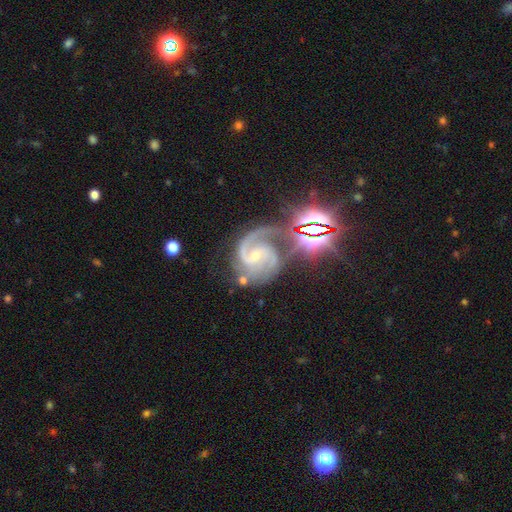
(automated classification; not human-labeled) Smooth or featured: featured or disk — 88% (star or artifact — 8%)
Edge-on disk: no — 98% (yes — 2%)
Bar: weak — 43% (no — 41%)
Spiral arms: yes — 99% (no — 1%)
Spiral winding: medium — 59% (tight — 31%)
Spiral arm count: 2 — 75% (3 — 14%)
Bulge size: small — 68% (moderate — 26%)
Merging: none — 56% (minor disturbance — 21%)